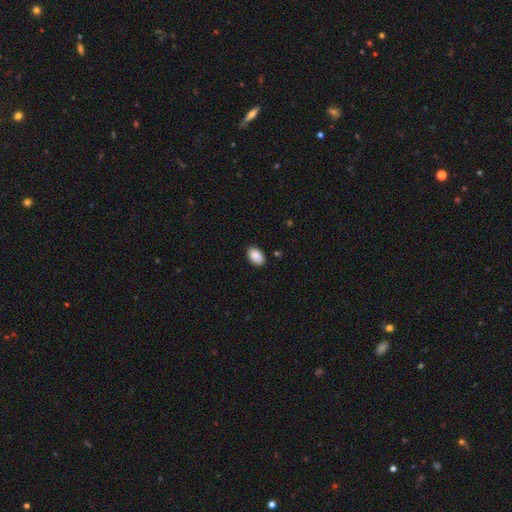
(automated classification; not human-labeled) A smooth galaxy with no disk features (89%) that is in between round and cigar-shaped (92%). Merging: none (85%).